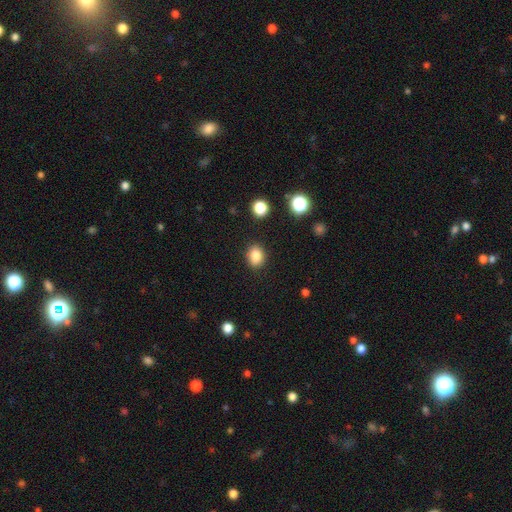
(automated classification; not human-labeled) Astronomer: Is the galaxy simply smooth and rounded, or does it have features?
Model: smooth — 84%.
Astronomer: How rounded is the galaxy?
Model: in between — 52% (runner-up: round, 47%).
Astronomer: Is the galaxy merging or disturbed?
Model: none — 87%.